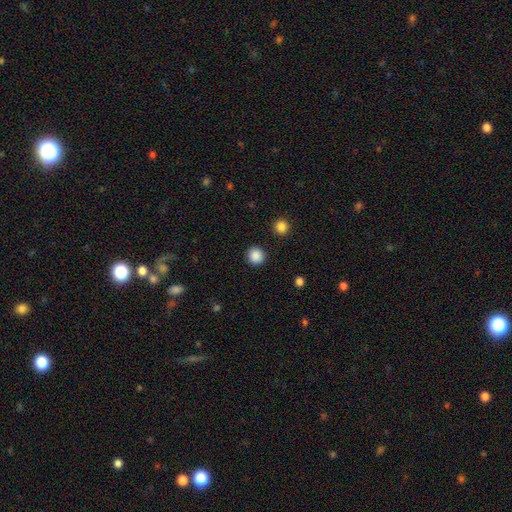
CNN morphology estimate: Smooth or featured: smooth — 87% (star or artifact — 10%)
How rounded: round — 93% (in between — 6%)
Merging: none — 91% (minor disturbance — 5%)